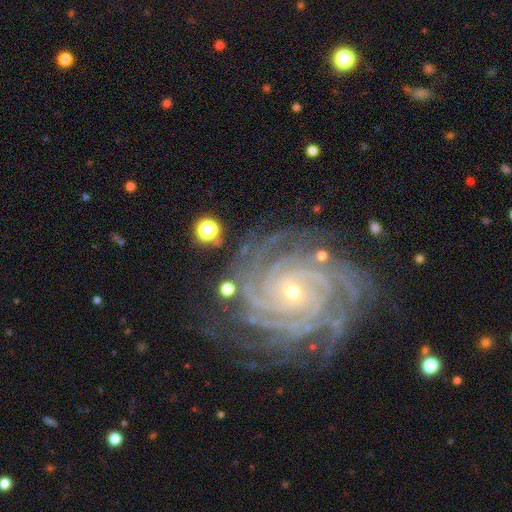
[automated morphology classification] type=featured or disk (92%); edge-on=no (98%); bar=no (65%); spiral arms=yes (99%); winding=tight (85%); arm count=more than 4 (27%); bulge=small (78%); merging=none (80%).